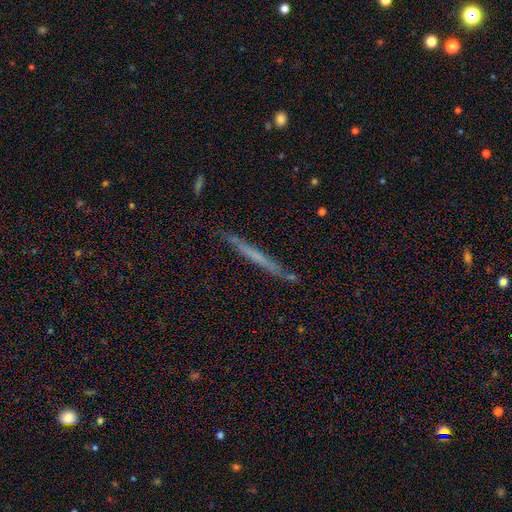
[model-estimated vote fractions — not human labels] A featured or disk galaxy (50%) viewed edge-on (96%).

Vote fractions:
- Smooth or featured? featured or disk: 50% / smooth: 42% / star or artifact: 8%
- Edge-on disk? yes: 96% / no: 4%
- Merging? none: 86% / minor disturbance: 11% / major disturbance: 2% / merger: 2%